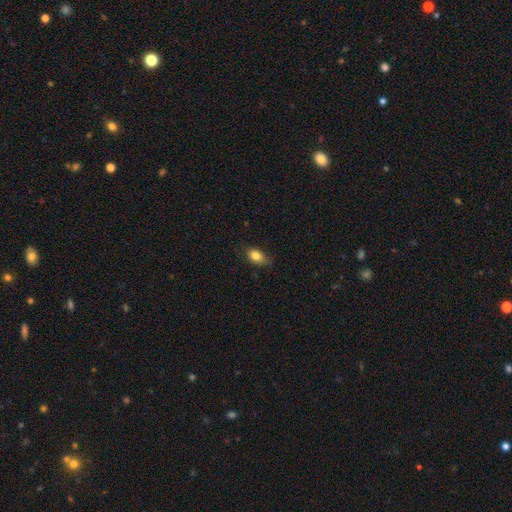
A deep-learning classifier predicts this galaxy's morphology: smooth 82%, featured or disk 9%, star or artifact 9%. Down the decision tree: how rounded — in between (83%); merging — none (71%).